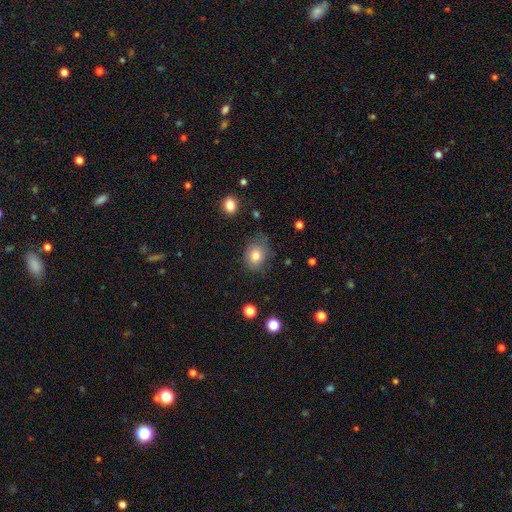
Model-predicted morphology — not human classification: Q: Smooth or featured?
A: smooth (77%); runner-up: featured or disk (14%)
Q: How rounded?
A: in between (52%); runner-up: round (47%)
Q: Merging?
A: none (64%); runner-up: minor disturbance (25%)